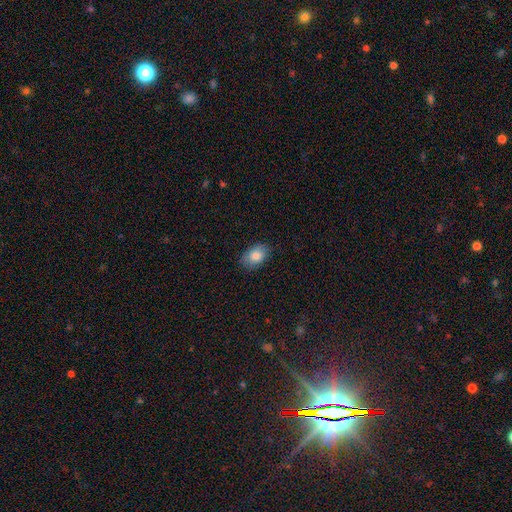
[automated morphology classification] smooth_or_featured: smooth (p=0.83) [alt: featured or disk p=0.09]
how_rounded: in between (p=0.88) [alt: round p=0.10]
merging: none (p=0.82) [alt: minor disturbance p=0.14]